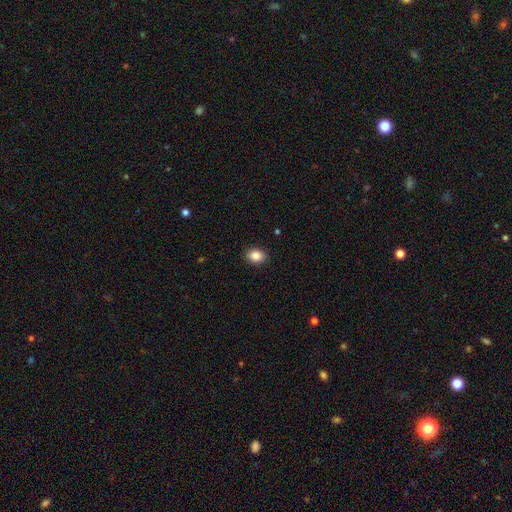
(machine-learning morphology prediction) A smooth galaxy with no disk features (86%) that is in between round and cigar-shaped (68%).

Vote fractions:
- Smooth or featured? smooth: 86% / star or artifact: 9% / featured or disk: 5%
- How rounded? in between: 68% / round: 31% / cigar-shaped: 1%
- Merging? none: 89% / minor disturbance: 8% / major disturbance: 2% / merger: 1%